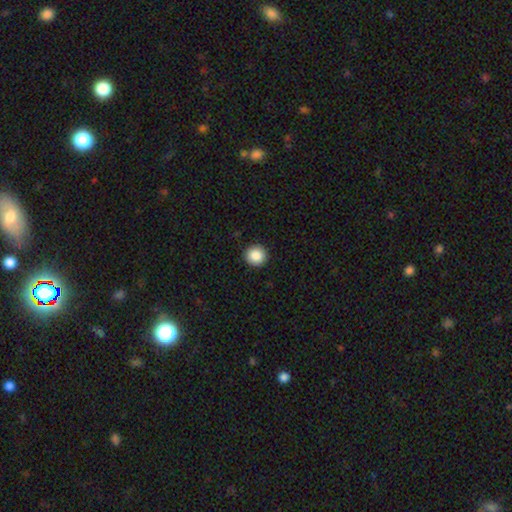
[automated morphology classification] smooth_or_featured: smooth (p=0.87) [alt: star or artifact p=0.09]
how_rounded: round (p=0.95) [alt: in between p=0.04]
merging: none (p=0.93) [alt: minor disturbance p=0.05]